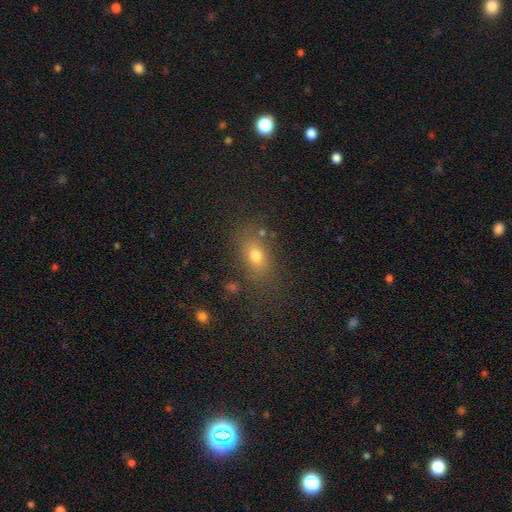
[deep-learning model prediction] smooth-or-featured: smooth: 73% | star or artifact: 15% | featured or disk: 12%
  how-rounded: in between: 72% | round: 24% | cigar-shaped: 4%
  merging: none: 73% | minor disturbance: 15% | major disturbance: 7% | merger: 5%